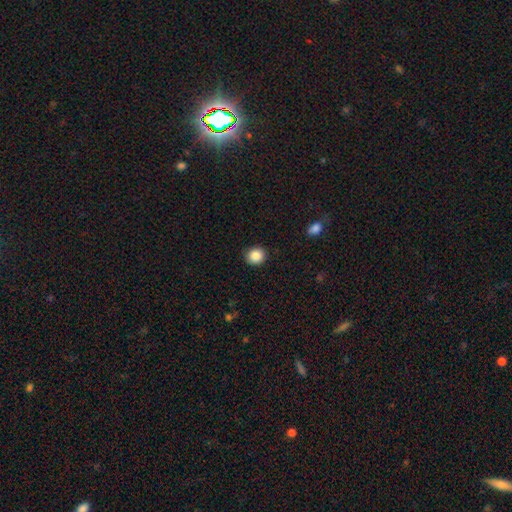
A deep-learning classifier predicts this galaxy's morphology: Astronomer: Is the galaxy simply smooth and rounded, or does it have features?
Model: smooth — 87%.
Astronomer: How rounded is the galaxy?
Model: round — 82%.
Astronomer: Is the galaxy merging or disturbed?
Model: none — 91%.